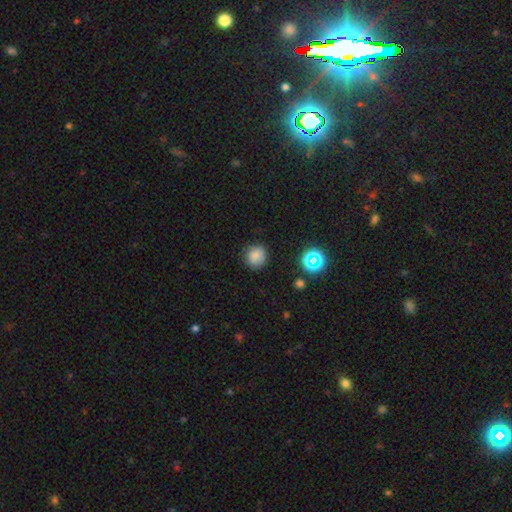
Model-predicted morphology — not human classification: Smooth or featured: smooth — 80% (star or artifact — 14%)
How rounded: round — 90% (in between — 9%)
Merging: none — 84% (minor disturbance — 11%)